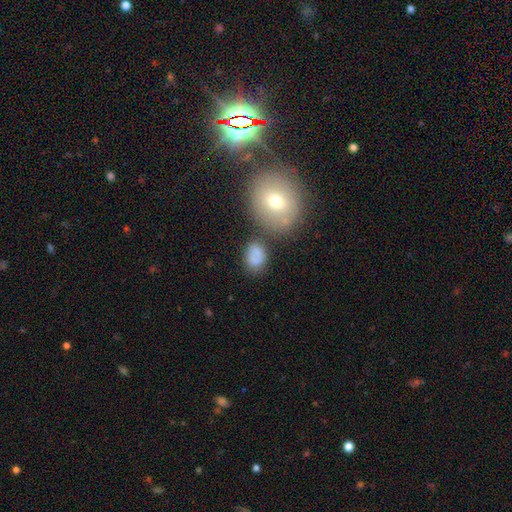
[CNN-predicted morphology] Overall: smooth (78%). How rounded: in between (69%; round 30%). Merging: none (57%; minor disturbance 19%).